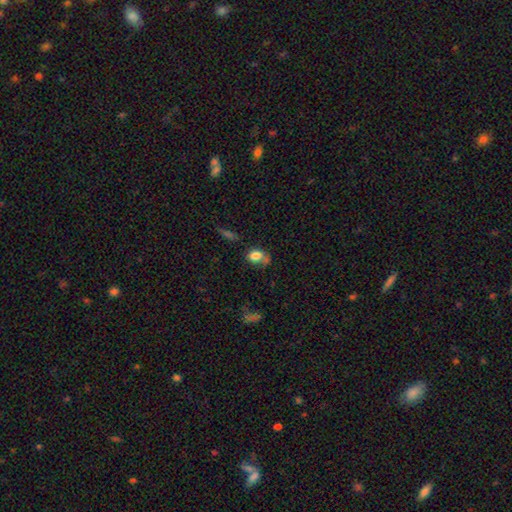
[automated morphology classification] Smooth or featured?
  - smooth: 78% *
  - featured or disk: 12%
  - star or artifact: 10%
How rounded?
  - in between: 75% *
  - round: 23%
  - cigar-shaped: 2%
Merging?
  - none: 42% *
  - minor disturbance: 30%
  - major disturbance: 17%
  - merger: 11%